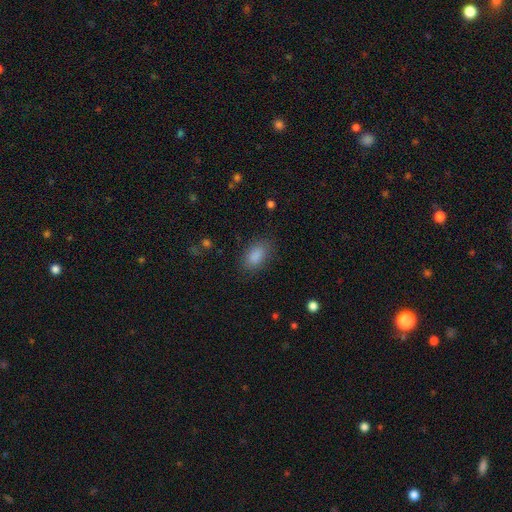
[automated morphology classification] smooth 87%, star or artifact 8%, featured or disk 5%. Down the decision tree: how rounded — in between (89%); merging — none (82%).